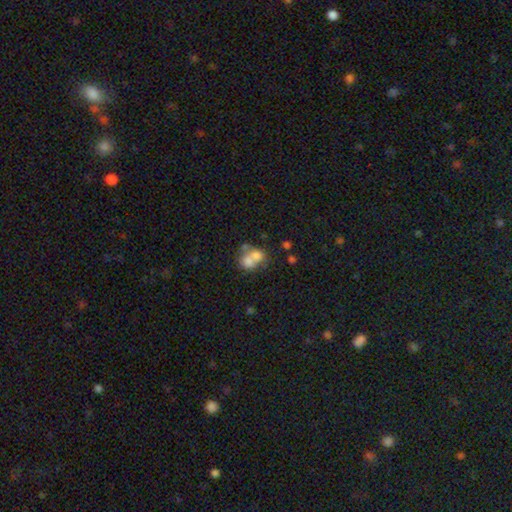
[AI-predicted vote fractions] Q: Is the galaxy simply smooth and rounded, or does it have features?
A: smooth — 66%.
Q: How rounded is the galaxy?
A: round — 55%.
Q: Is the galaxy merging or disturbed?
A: merger — 63%.